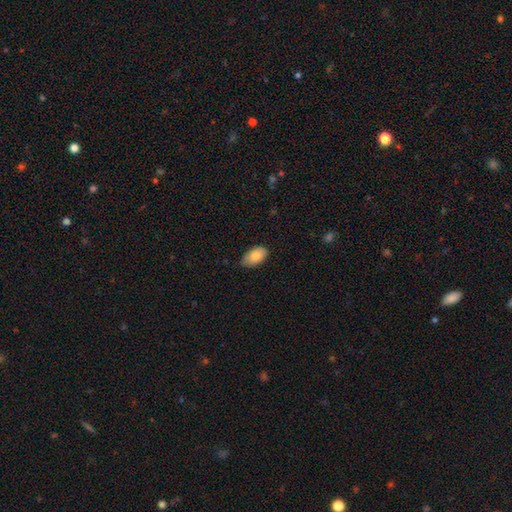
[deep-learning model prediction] A smooth galaxy with no disk features (83%) that is in between round and cigar-shaped (95%). Merging: none (77%).